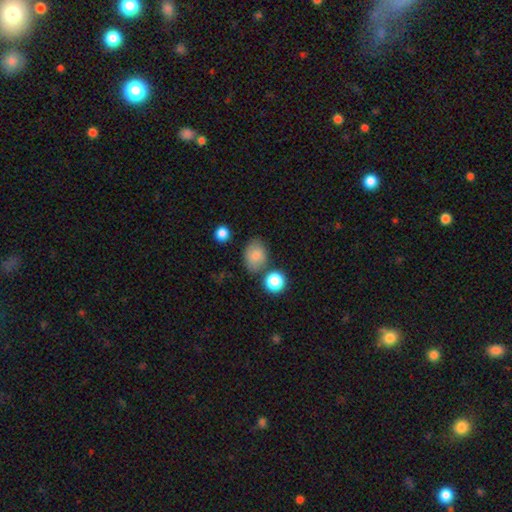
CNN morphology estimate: type=smooth (81%); roundness=in between (63%); merging=none (71%).